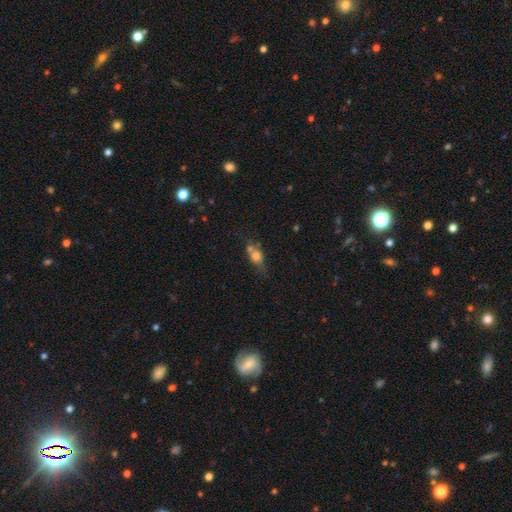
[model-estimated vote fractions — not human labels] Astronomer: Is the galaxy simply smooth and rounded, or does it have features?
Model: smooth — 65%.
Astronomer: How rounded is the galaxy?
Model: in between — 60%.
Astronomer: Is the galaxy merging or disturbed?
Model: none — 43% (runner-up: merger, 28%).